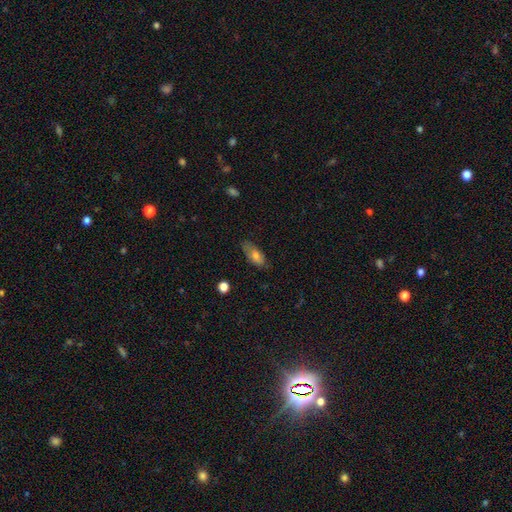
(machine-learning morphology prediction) Smooth or featured?
  - smooth: 72% *
  - featured or disk: 21%
  - star or artifact: 7%
How rounded?
  - in between: 81% *
  - cigar-shaped: 16%
  - round: 3%
Merging?
  - none: 72% *
  - minor disturbance: 22%
  - major disturbance: 5%
  - merger: 1%